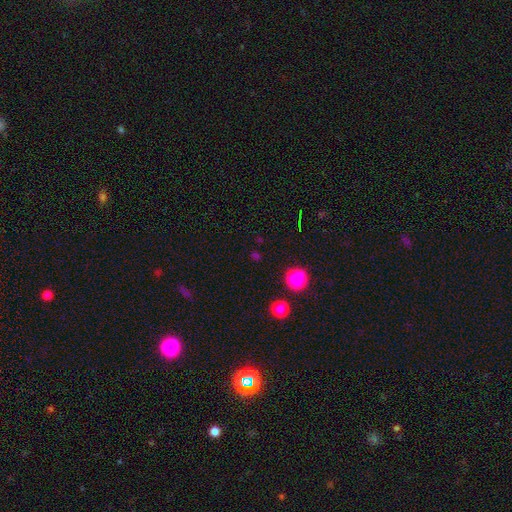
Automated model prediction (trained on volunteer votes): smooth-or-featured: smooth: 51% | star or artifact: 43% | featured or disk: 6%
  how-rounded: round: 84% | in between: 14% | cigar-shaped: 2%
  merging: none: 82% | minor disturbance: 9% | merger: 5% | major disturbance: 4%